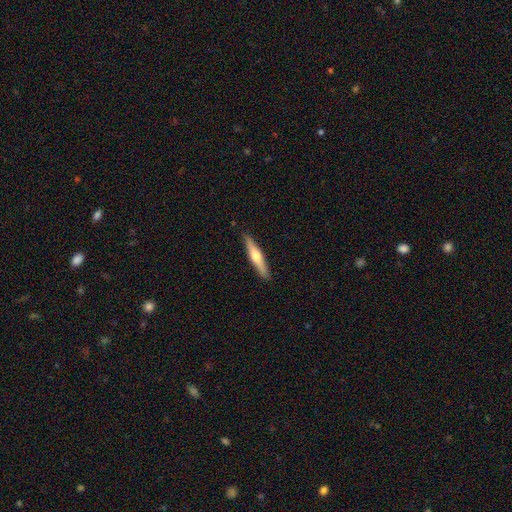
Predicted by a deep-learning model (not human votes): Smooth or featured: featured or disk — 53% (smooth — 42%)
Edge-on disk: yes — 95% (no — 5%)
Edge-on bulge: rounded — 90% (none — 6%)
Merging: none — 90% (minor disturbance — 7%)